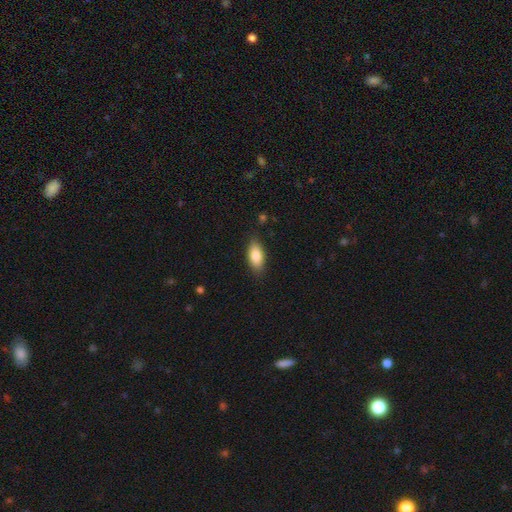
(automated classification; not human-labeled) A smooth galaxy with no disk features (84%) that is in between round and cigar-shaped (87%).

Vote fractions:
- Smooth or featured? smooth: 84% / featured or disk: 10% / star or artifact: 7%
- How rounded? in between: 87% / cigar-shaped: 10% / round: 3%
- Merging? none: 83% / minor disturbance: 13% / major disturbance: 3% / merger: 1%